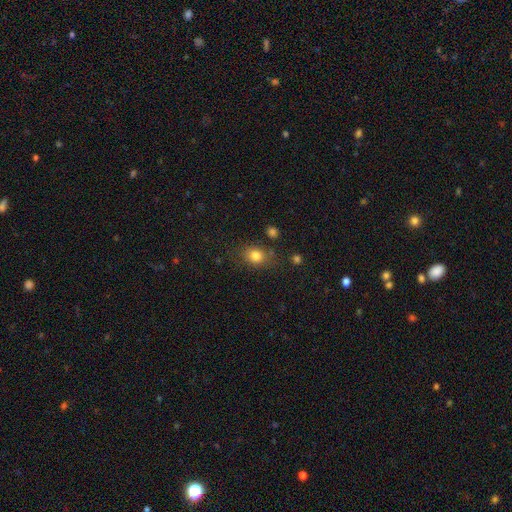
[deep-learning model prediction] Smooth or featured? Predicted: smooth (p=0.81). How rounded? Predicted: round (p=0.53). Merging? Predicted: none (p=0.74).